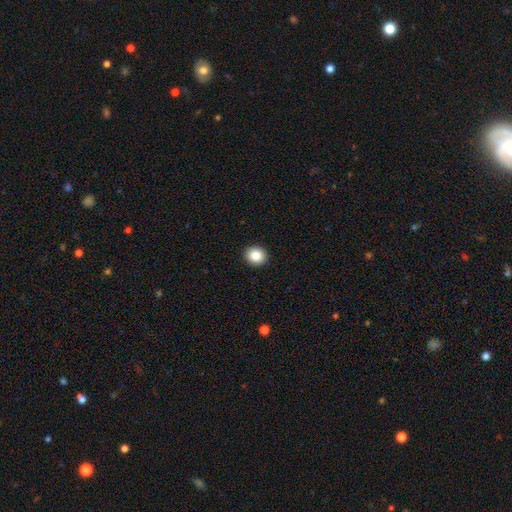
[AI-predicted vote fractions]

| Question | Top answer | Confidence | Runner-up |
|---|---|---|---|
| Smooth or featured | smooth | 85% | star or artifact (9%) |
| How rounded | round | 75% | in between (24%) |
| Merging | none | 93% | minor disturbance (5%) |